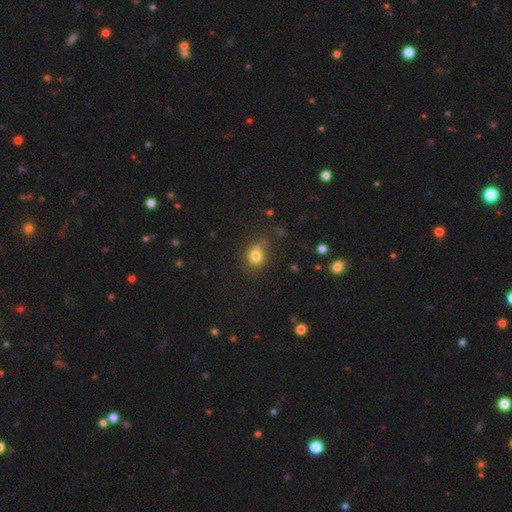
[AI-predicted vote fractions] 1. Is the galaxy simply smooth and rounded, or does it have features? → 81% smooth, 12% star or artifact, 7% featured or disk.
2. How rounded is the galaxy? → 56% round, 43% in between, 1% cigar-shaped.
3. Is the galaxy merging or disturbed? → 71% none, 17% minor disturbance, 6% merger, 5% major disturbance.